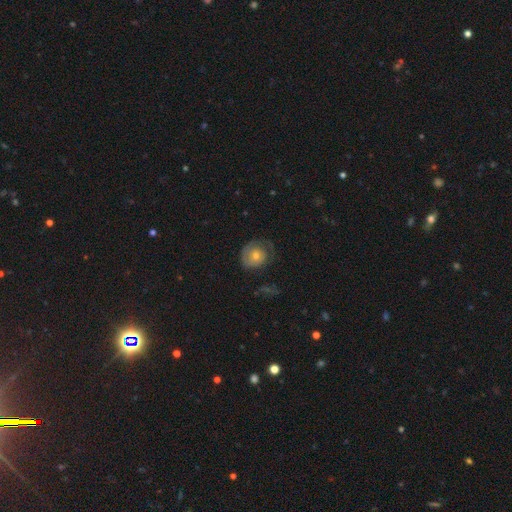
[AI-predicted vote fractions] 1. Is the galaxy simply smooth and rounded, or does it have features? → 50% featured or disk, 41% smooth, 9% star or artifact.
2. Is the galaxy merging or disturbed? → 58% none, 23% minor disturbance, 17% major disturbance, 2% merger.